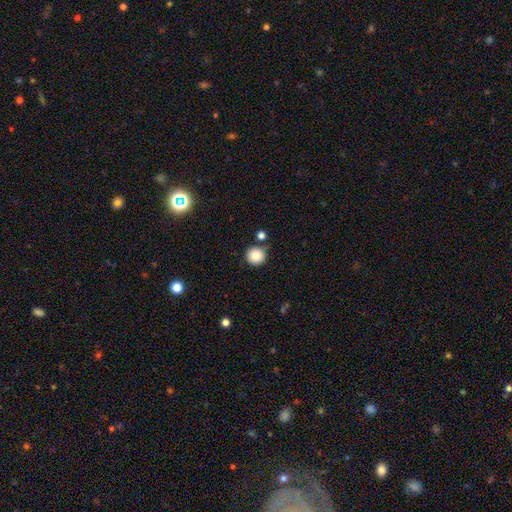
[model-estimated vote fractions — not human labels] A smooth galaxy with no disk features (84%) that is round (95%). Merging: none (83%).